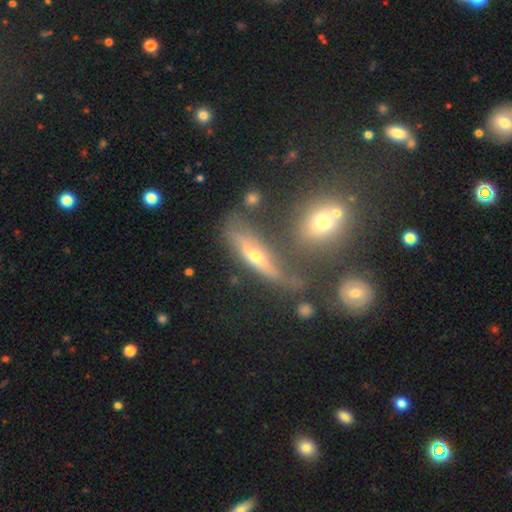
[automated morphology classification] This is possibly a featured or disk galaxy (57%). It is likely viewed edge-on (72%). Merging: possibly none (51%).